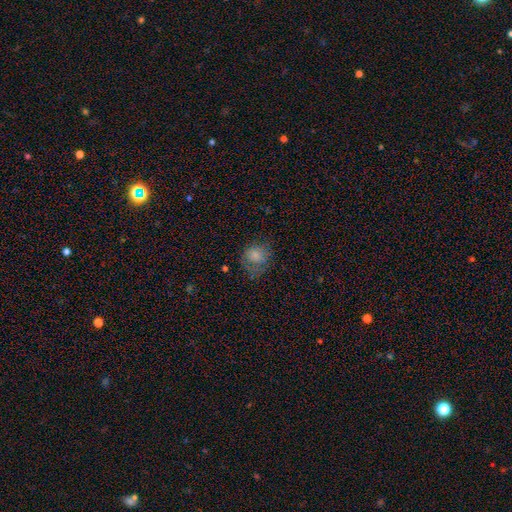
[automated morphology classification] This appears to be a smooth galaxy with no disk features (74%) that is round (70%). Merging: none (54%).